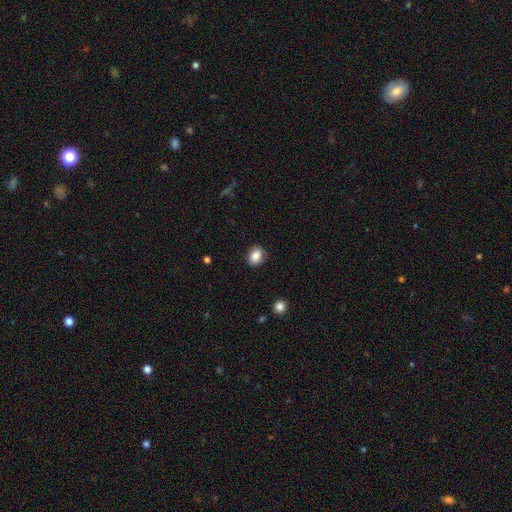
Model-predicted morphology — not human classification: This appears to be a smooth galaxy with no disk features (86%) that is in between round and cigar-shaped (53%). Merging: none (87%).